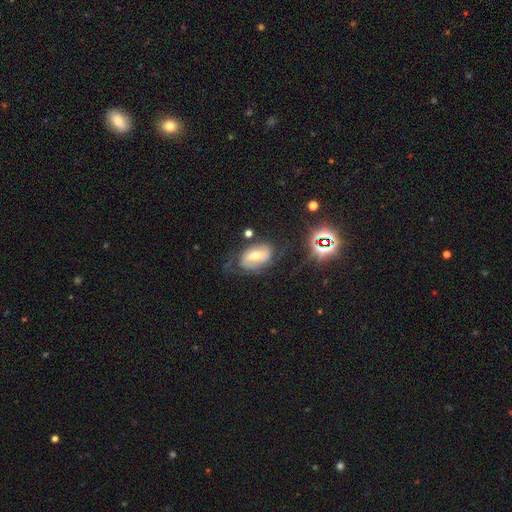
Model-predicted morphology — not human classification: Overall: featured or disk (62%; smooth 23%). Edge-on disk: no (93%). Bar: weak (40%; strong 32%). Spiral arms: yes (77%). Bulge size: moderate (66%). Merging: none (60%; minor disturbance 22%).